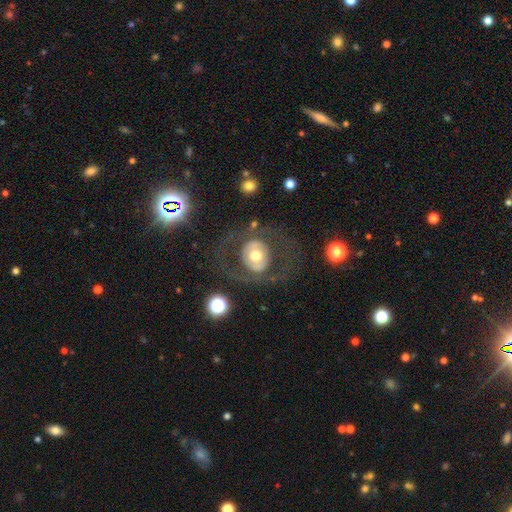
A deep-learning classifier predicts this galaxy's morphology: Smooth or featured? Predicted: featured or disk (p=0.56). Edge-on disk? Predicted: no (p=0.96). Bar? Predicted: no (p=0.75). Spiral arms? Predicted: no (p=0.76). Bulge size? Predicted: moderate (p=0.67). Merging? Predicted: none (p=0.70).